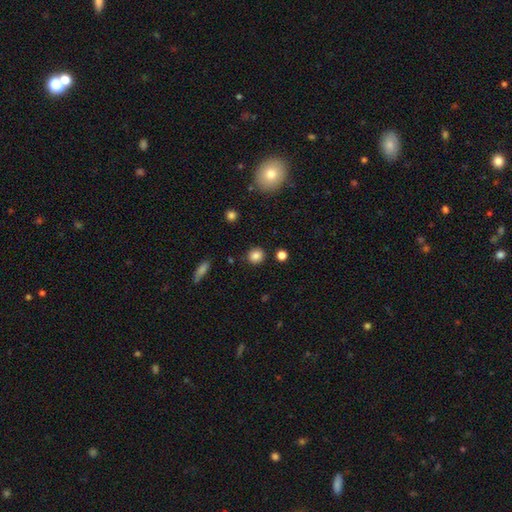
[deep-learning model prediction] Morphology: type=smooth (84%); roundness=round (86%); merging=none (87%).